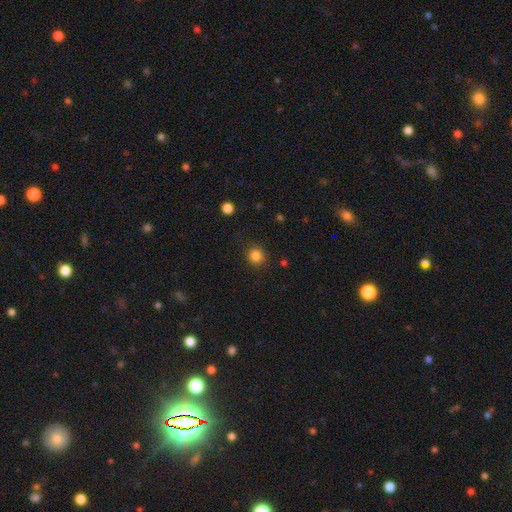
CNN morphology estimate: Smooth or featured? smooth (84%)
How rounded? round (86%)
Merging? none (86%)